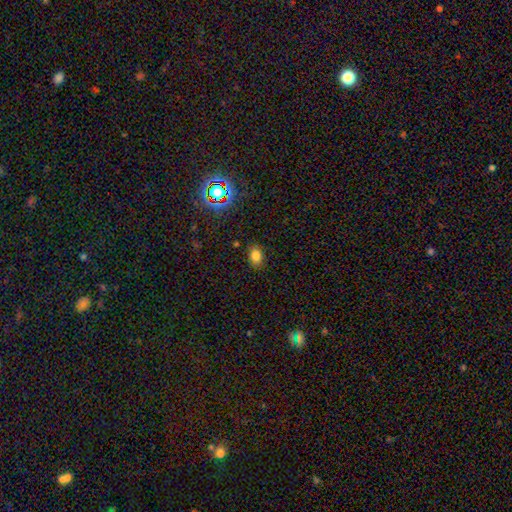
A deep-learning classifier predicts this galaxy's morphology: Smooth or featured?
  - smooth: 78% *
  - star or artifact: 15%
  - featured or disk: 7%
How rounded?
  - in between: 76% *
  - round: 23%
  - cigar-shaped: 1%
Merging?
  - none: 85% *
  - minor disturbance: 11%
  - major disturbance: 3%
  - merger: 2%